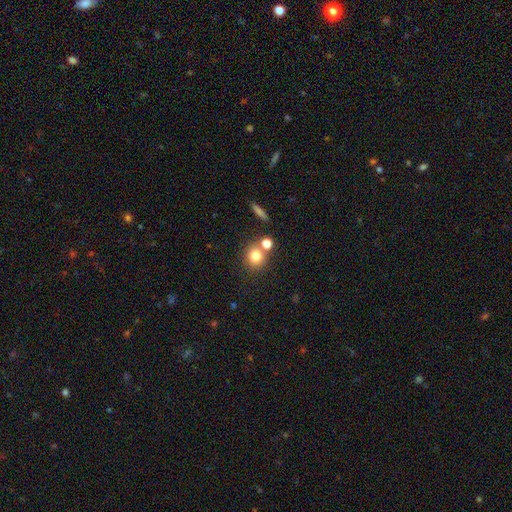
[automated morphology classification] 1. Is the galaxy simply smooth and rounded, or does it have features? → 77% smooth, 12% star or artifact, 10% featured or disk.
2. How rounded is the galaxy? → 85% round, 13% in between, 1% cigar-shaped.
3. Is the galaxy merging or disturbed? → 64% none, 24% merger, 8% minor disturbance, 3% major disturbance.